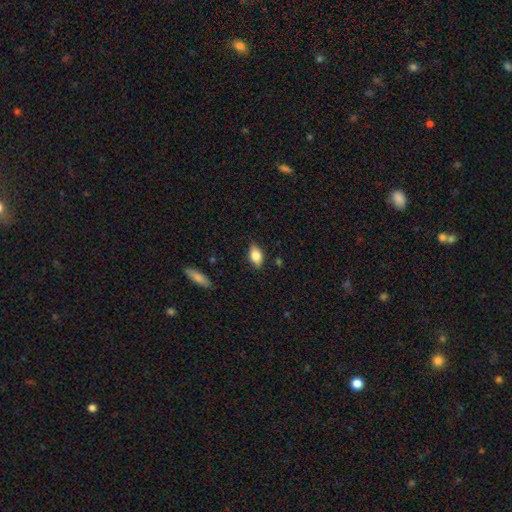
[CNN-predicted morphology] The model was most divided on "merging": none: 81%, minor disturbance: 15%, major disturbance: 3%, merger: 1%. More confident: how rounded — in between (86%); smooth or featured — smooth (80%).